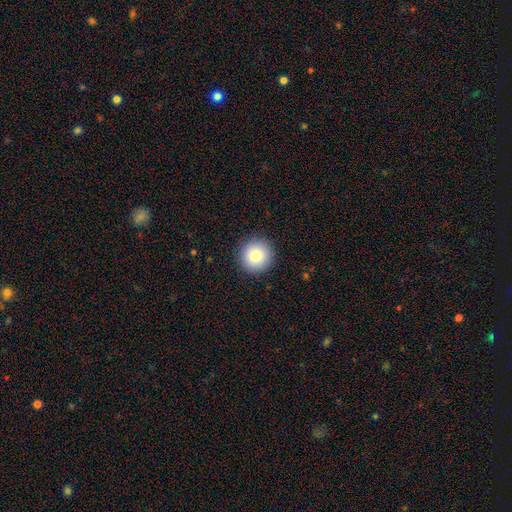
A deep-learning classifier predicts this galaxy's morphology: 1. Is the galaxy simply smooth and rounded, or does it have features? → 84% smooth, 9% star or artifact, 7% featured or disk.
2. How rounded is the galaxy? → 95% round, 4% in between, 1% cigar-shaped.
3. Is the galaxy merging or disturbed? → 91% none, 6% minor disturbance, 2% major disturbance, 1% merger.